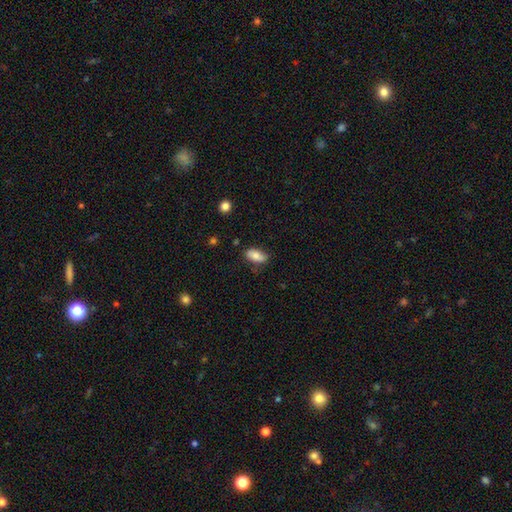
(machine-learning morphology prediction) Q: Smooth or featured?
A: smooth (79%); runner-up: featured or disk (14%)
Q: How rounded?
A: in between (90%); runner-up: cigar-shaped (7%)
Q: Merging?
A: none (78%); runner-up: minor disturbance (17%)